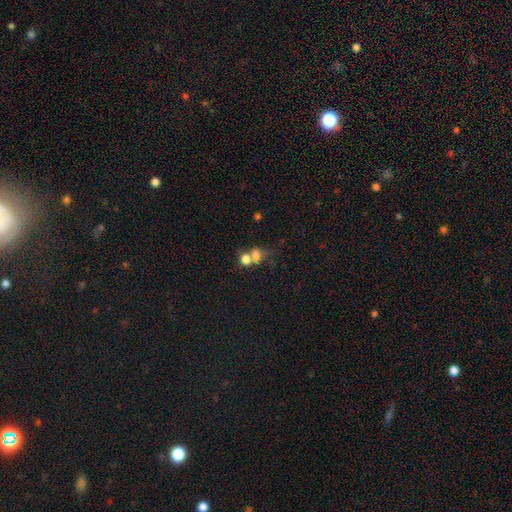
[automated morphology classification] A smooth galaxy with no disk features (71%) that is in between round and cigar-shaped (49%, tied with round). Merging: merger (57%).